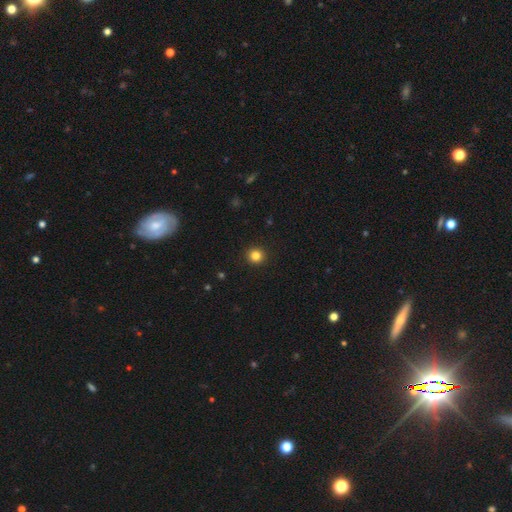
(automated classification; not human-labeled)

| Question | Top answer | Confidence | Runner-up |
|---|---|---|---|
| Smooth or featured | smooth | 83% | star or artifact (12%) |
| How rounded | round | 94% | in between (5%) |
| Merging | none | 93% | minor disturbance (4%) |